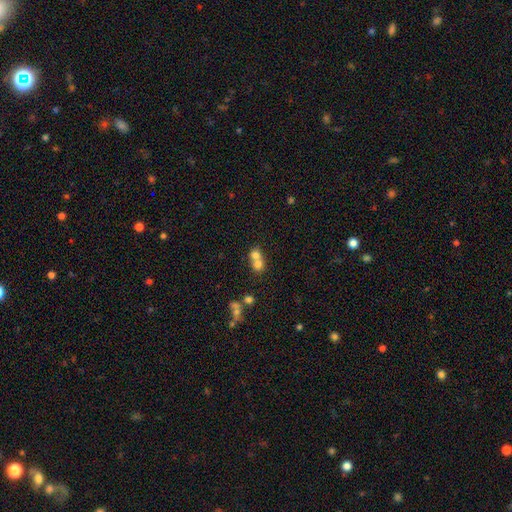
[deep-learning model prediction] smooth_or_featured: smooth (p=0.70) [alt: featured or disk p=0.18]
how_rounded: round (p=0.73) [alt: in between p=0.25]
merging: merger (p=0.68) [alt: none p=0.25]